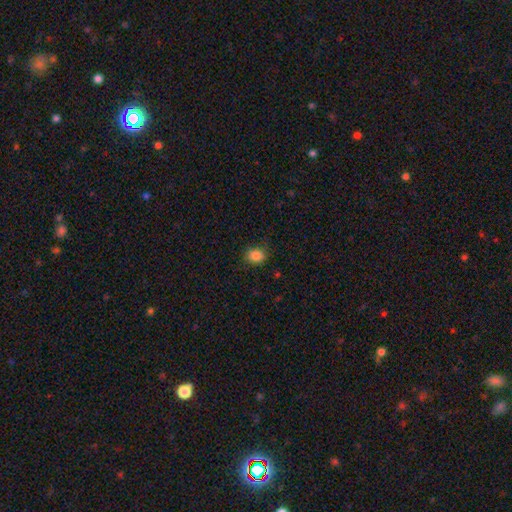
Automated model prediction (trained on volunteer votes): This is clearly a smooth galaxy (84%). How rounded: possibly round (59%). Merging: clearly none (82%).